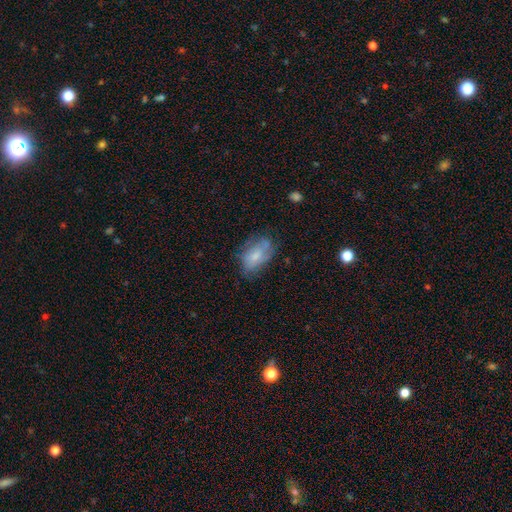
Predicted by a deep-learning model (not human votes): This is possibly a smooth galaxy (58%). How rounded: clearly in between (91%). Merging: possibly none (58%).